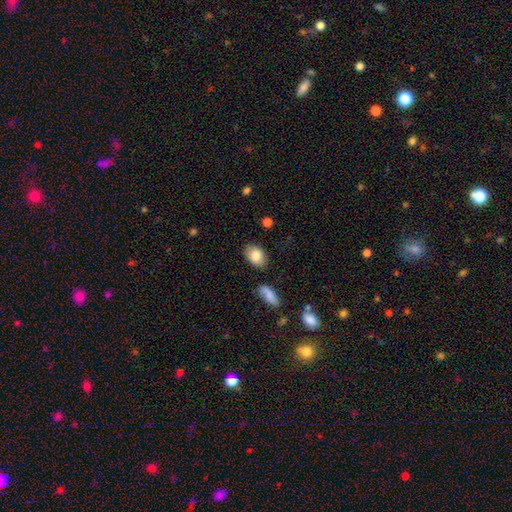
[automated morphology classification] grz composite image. It shows a smooth galaxy with no disk features (83%) that is in between round and cigar-shaped (84%). Merging: none (82%).